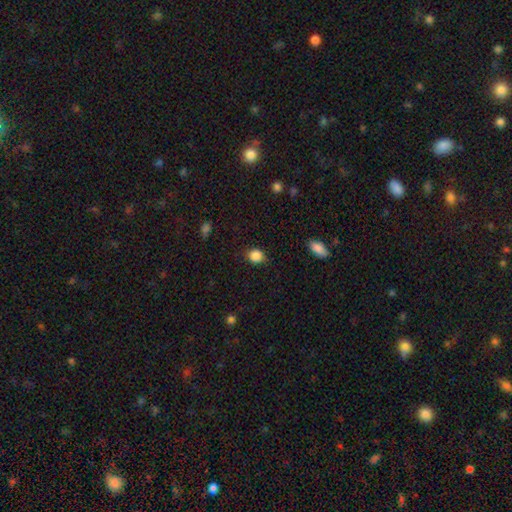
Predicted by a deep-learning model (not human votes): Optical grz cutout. It shows a smooth galaxy with no disk features (86%) that is round (71%). Merging: none (82%).